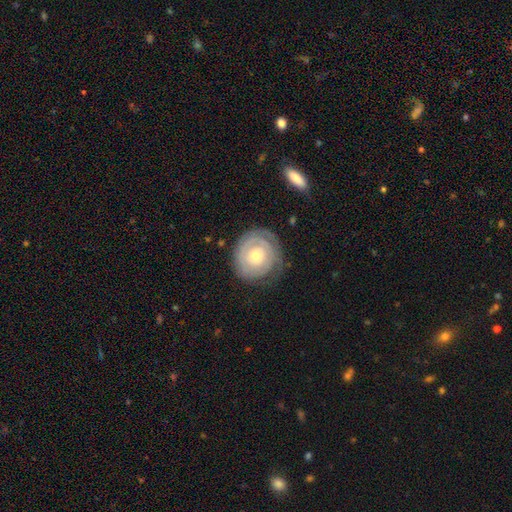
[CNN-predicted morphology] Overall: featured or disk (70%). Edge-on disk: no (97%). Bar: no (84%). Spiral arms: yes (79%). Spiral arm count: can't tell (45%; 2 23%). Spiral winding: tight (83%). Bulge size: moderate (49%; small 45%). Merging: none (73%).